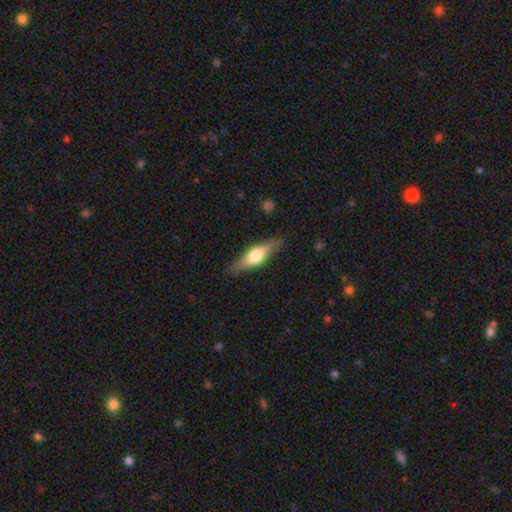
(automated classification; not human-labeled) Smooth or featured?
  - featured or disk: 48% *
  - smooth: 46%
  - star or artifact: 6%
Merging?
  - none: 84% *
  - minor disturbance: 12%
  - major disturbance: 3%
  - merger: 1%